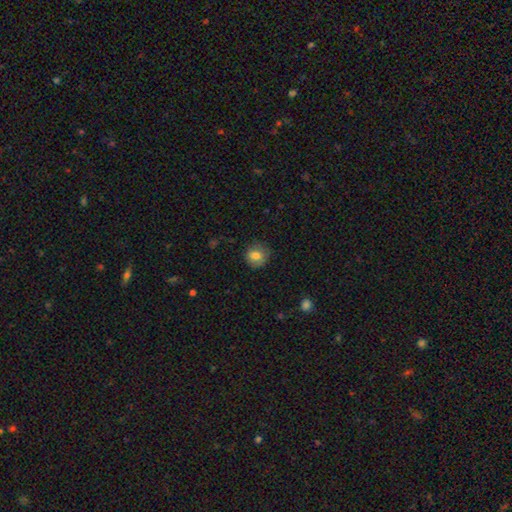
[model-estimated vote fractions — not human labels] Smooth or featured? Predicted: smooth (p=0.80). How rounded? Predicted: round (p=0.83). Merging? Predicted: none (p=0.79).